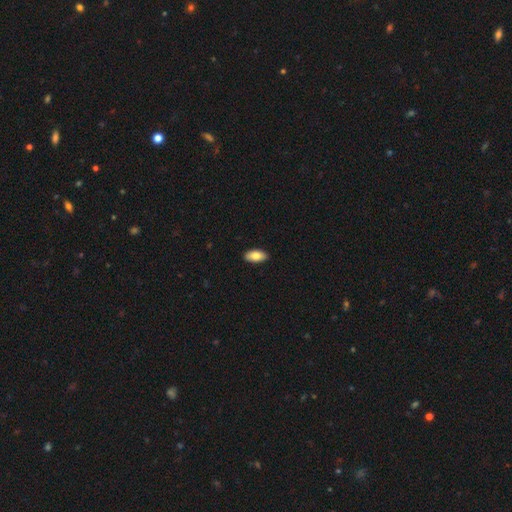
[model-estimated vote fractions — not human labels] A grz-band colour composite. It shows a smooth galaxy with no disk features (82%) that is in between round and cigar-shaped (92%). Merging: none (90%).